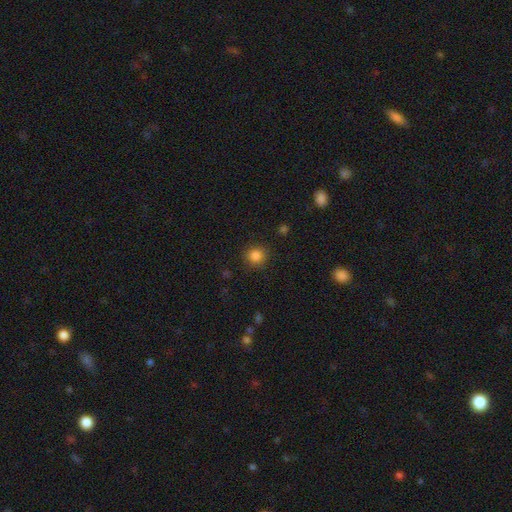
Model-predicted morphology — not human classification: Smooth or featured: smooth — 85% (star or artifact — 12%)
How rounded: round — 90% (in between — 9%)
Merging: none — 88% (minor disturbance — 8%)